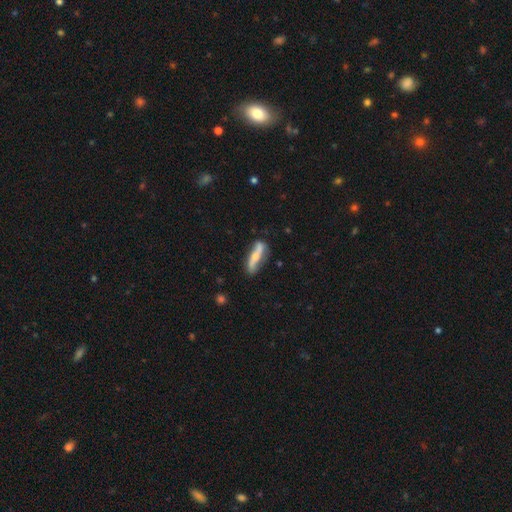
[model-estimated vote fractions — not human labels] This is possibly a featured or disk galaxy (56%). It is possibly viewed edge-on (54%). Merging: likely none (71%).